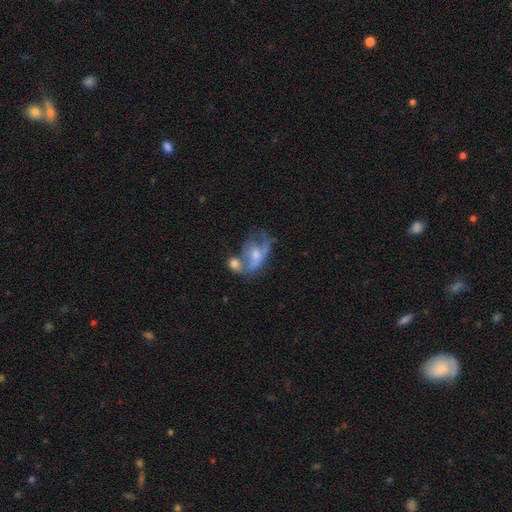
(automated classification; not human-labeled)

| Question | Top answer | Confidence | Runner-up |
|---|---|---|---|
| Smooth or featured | featured or disk | 51% | smooth (40%) |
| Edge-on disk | no | 89% | yes (11%) |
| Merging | merger | 42% | major disturbance (25%) |